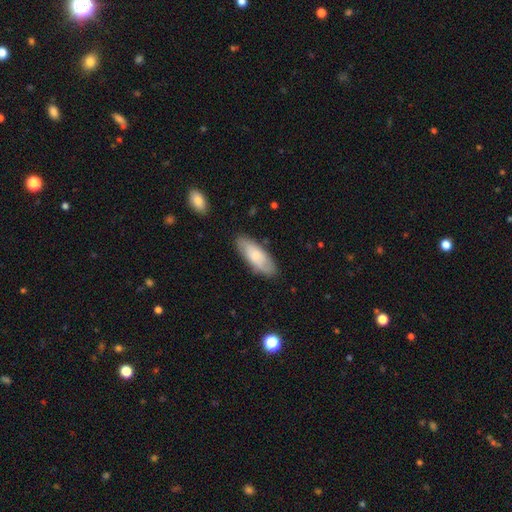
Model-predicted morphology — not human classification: A smooth galaxy with no disk features (64%) that is in between round and cigar-shaped (75%).

Vote fractions:
- Smooth or featured? smooth: 64% / featured or disk: 30% / star or artifact: 6%
- How rounded? in between: 75% / cigar-shaped: 23% / round: 2%
- Merging? none: 82% / minor disturbance: 14% / major disturbance: 3% / merger: 1%